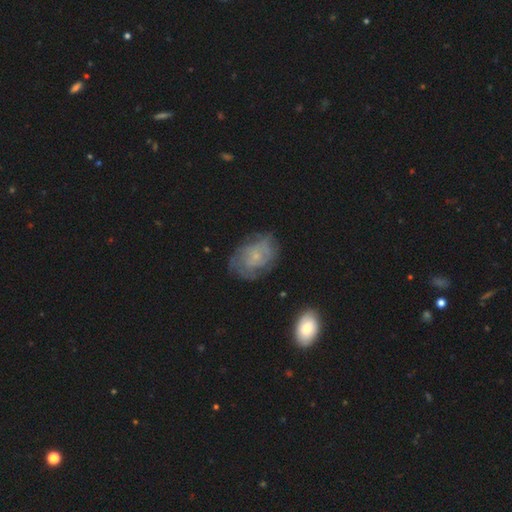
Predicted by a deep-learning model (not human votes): Smooth or featured? featured or disk (59%)
Edge-on disk? no (97%)
Bar? no (82%)
Spiral arms? yes (71%)
Bulge size? small (76%)
Merging? none (61%)